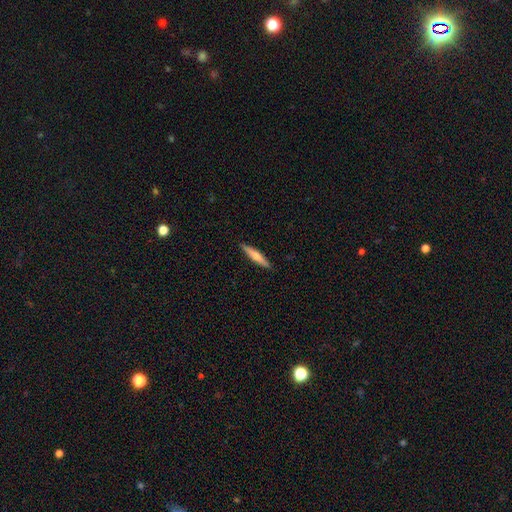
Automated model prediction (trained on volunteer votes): Smooth or featured: smooth — 51% (featured or disk — 43%)
How rounded: cigar-shaped — 89% (in between — 10%)
Merging: none — 91% (minor disturbance — 7%)